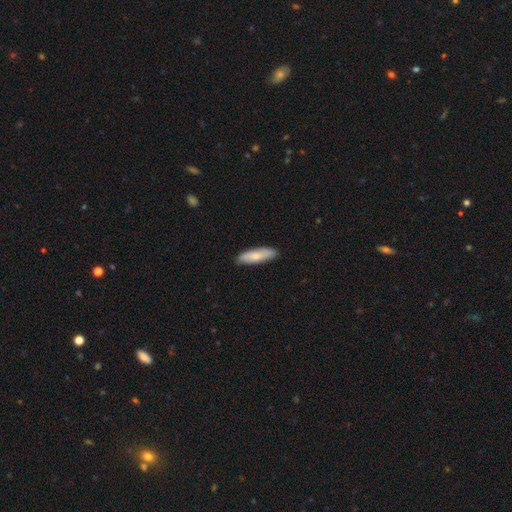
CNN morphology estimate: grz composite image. It shows a smooth galaxy with no disk features (78%) that is cigar-shaped (57%). Merging: none (87%).